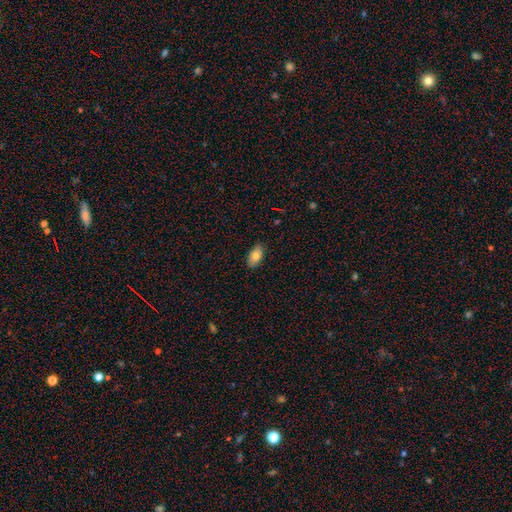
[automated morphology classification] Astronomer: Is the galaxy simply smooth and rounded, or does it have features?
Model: smooth — 79%.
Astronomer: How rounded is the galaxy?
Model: in between — 92%.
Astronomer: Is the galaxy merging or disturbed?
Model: none — 86%.